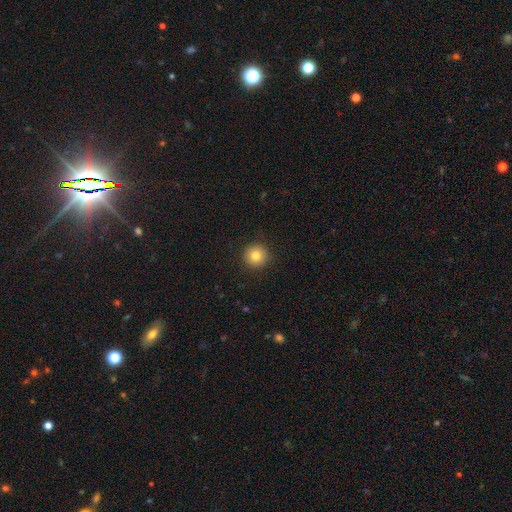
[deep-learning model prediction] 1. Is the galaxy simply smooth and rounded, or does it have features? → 82% smooth, 11% star or artifact, 8% featured or disk.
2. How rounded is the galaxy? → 95% round, 4% in between, 1% cigar-shaped.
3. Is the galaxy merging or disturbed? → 92% none, 6% minor disturbance, 2% major disturbance, 1% merger.